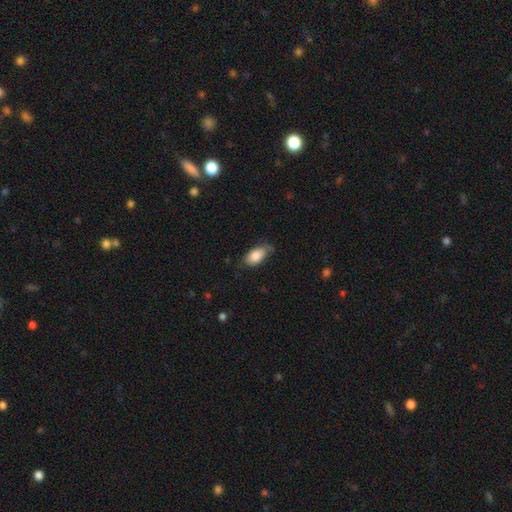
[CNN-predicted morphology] smooth_or_featured: smooth (p=0.83) [alt: featured or disk p=0.10]
how_rounded: in between (p=0.92) [alt: cigar-shaped p=0.05]
merging: none (p=0.63) [alt: minor disturbance p=0.29]